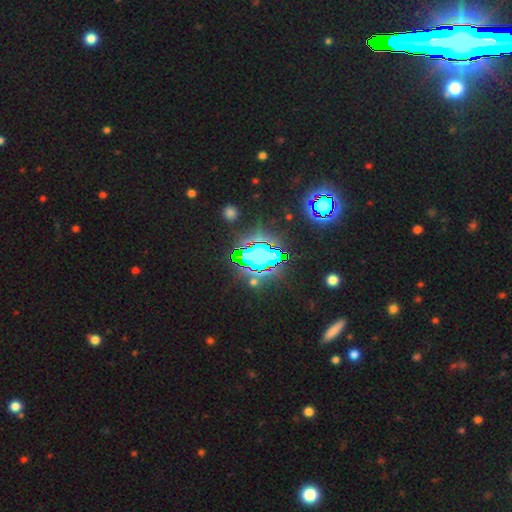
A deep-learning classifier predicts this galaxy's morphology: Smooth or featured? star or artifact (67%)